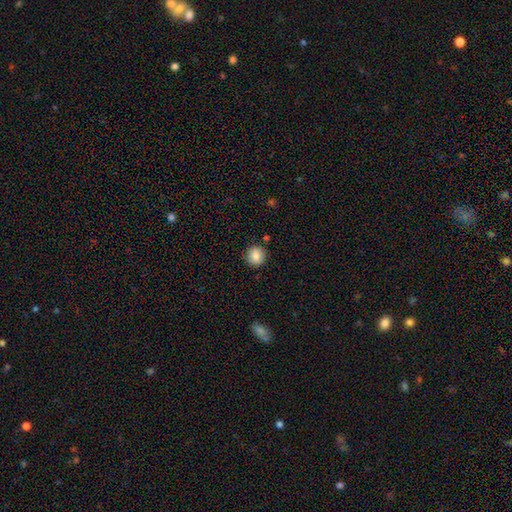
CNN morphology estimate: Smooth or featured?
  - smooth: 85% *
  - star or artifact: 9%
  - featured or disk: 6%
How rounded?
  - round: 91% *
  - in between: 8%
  - cigar-shaped: 1%
Merging?
  - none: 88% *
  - minor disturbance: 7%
  - merger: 3%
  - major disturbance: 2%